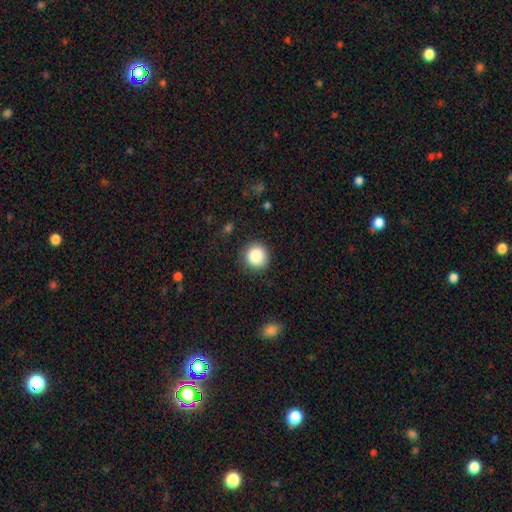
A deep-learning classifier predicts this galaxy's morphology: Smooth or featured: smooth — 87% (star or artifact — 9%)
How rounded: round — 93% (in between — 6%)
Merging: none — 86% (minor disturbance — 9%)